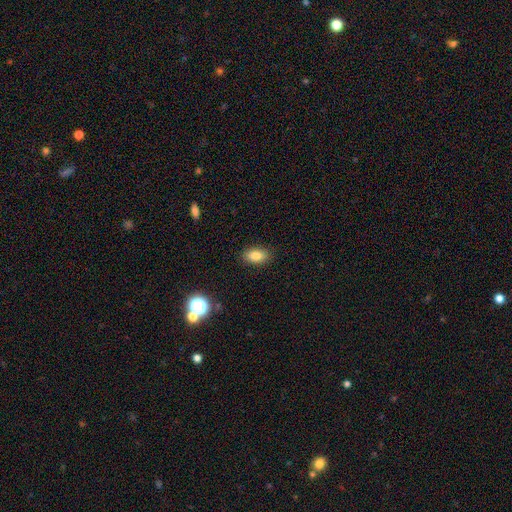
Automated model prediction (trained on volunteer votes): A smooth galaxy with no disk features (83%) that is in between round and cigar-shaped (89%).

Vote fractions:
- Smooth or featured? smooth: 83% / star or artifact: 9% / featured or disk: 7%
- How rounded? in between: 89% / round: 7% / cigar-shaped: 4%
- Merging? none: 88% / minor disturbance: 9% / major disturbance: 2% / merger: 1%